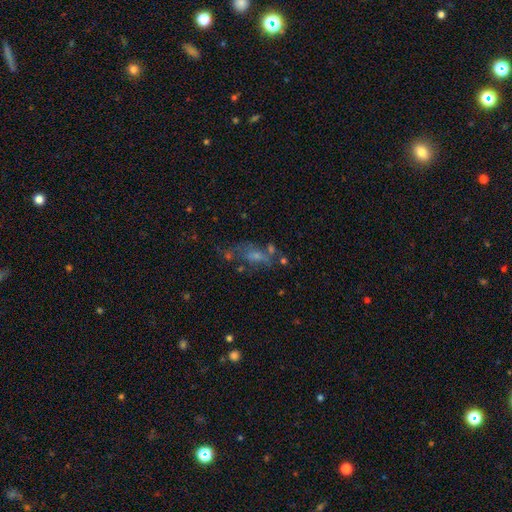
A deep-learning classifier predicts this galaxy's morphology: This appears to be a featured or disk galaxy (43%). Merging: none (48%).